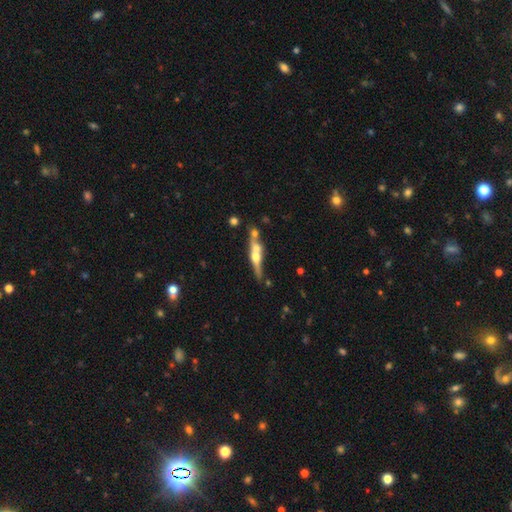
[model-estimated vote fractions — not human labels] smooth-or-featured: featured or disk: 68% | smooth: 25% | star or artifact: 7%
  disk-edge-on: yes: 92% | no: 8%
    edge-on-bulge: rounded: 91% | boxy: 5% | none: 4%
  merging: none: 60% | merger: 21% | minor disturbance: 14% | major disturbance: 5%